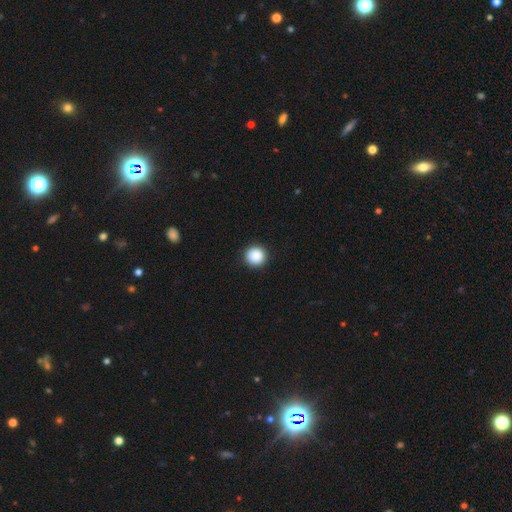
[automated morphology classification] A smooth galaxy with no disk features (89%) that is round (96%). Merging: none (93%).